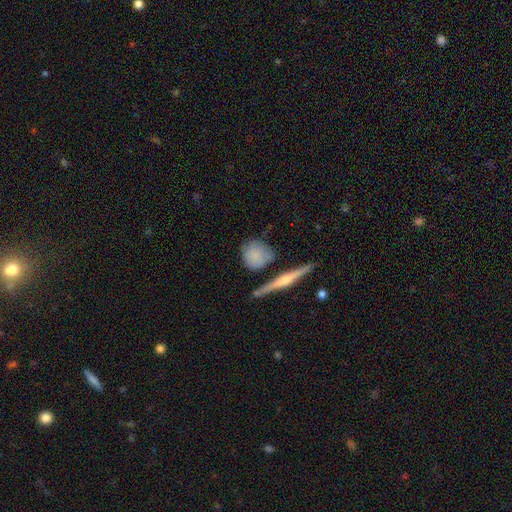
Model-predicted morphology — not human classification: smooth-or-featured: smooth: 73% | featured or disk: 20% | star or artifact: 7%
  how-rounded: round: 77% | in between: 17% | cigar-shaped: 7%
  merging: none: 68% | minor disturbance: 20% | merger: 7% | major disturbance: 5%